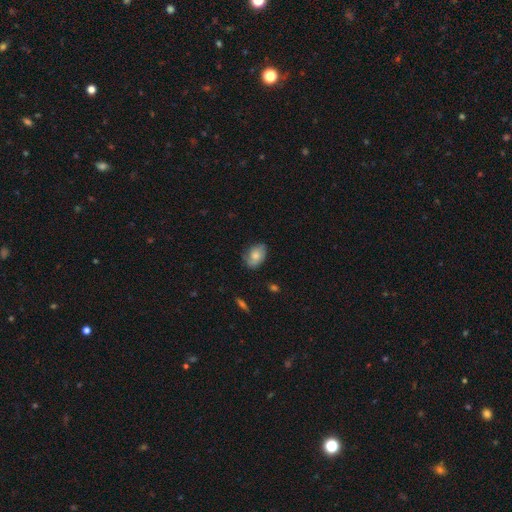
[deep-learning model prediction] smooth_or_featured: smooth (p=0.68) [alt: featured or disk p=0.24]
how_rounded: in between (p=0.78) [alt: round p=0.21]
merging: none (p=0.68) [alt: minor disturbance p=0.25]